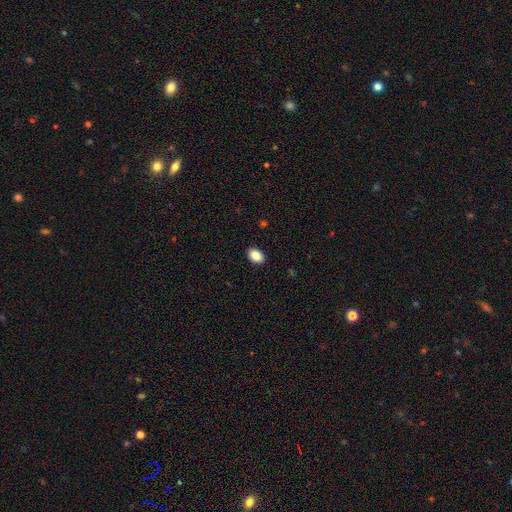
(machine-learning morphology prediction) Smooth or featured?
  - smooth: 86% *
  - star or artifact: 8%
  - featured or disk: 5%
How rounded?
  - in between: 77% *
  - round: 21%
  - cigar-shaped: 1%
Merging?
  - none: 91% *
  - minor disturbance: 7%
  - major disturbance: 2%
  - merger: 1%